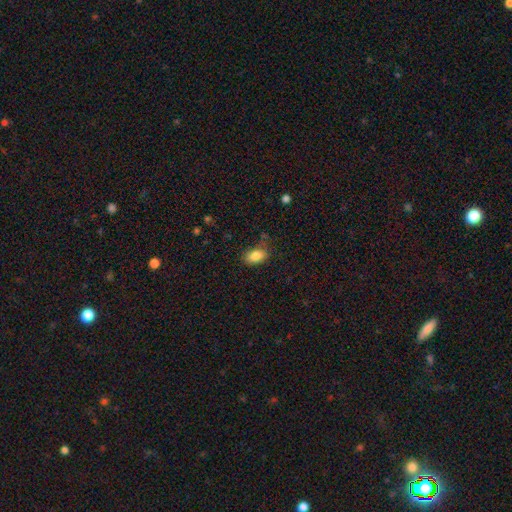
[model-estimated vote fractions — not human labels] A smooth galaxy with no disk features (86%) that is in between round and cigar-shaped (89%). Merging: none (73%).